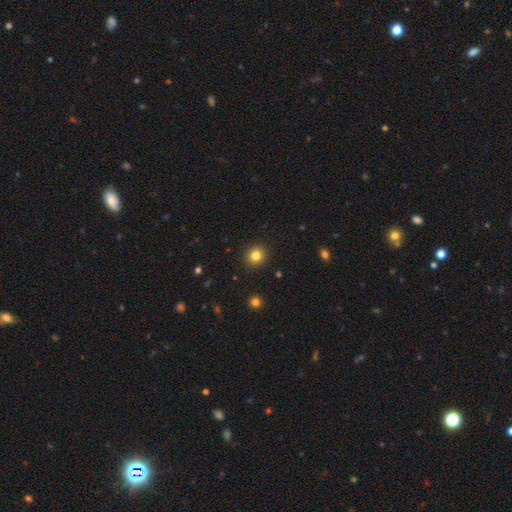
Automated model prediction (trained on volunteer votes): Smooth or featured? smooth (82%)
How rounded? round (88%)
Merging? none (92%)